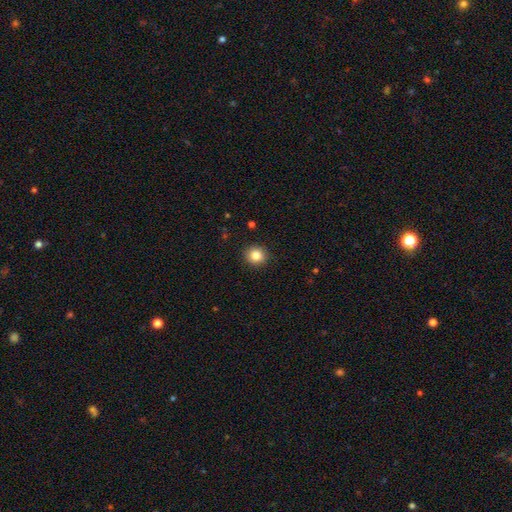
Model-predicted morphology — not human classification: Smooth or featured? smooth (84%)
How rounded? round (85%)
Merging? none (91%)